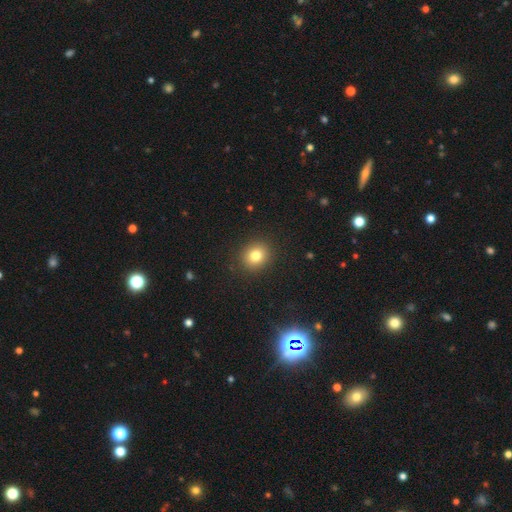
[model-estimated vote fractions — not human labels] A smooth galaxy with no disk features (80%) that is round (80%). Merging: none (90%).